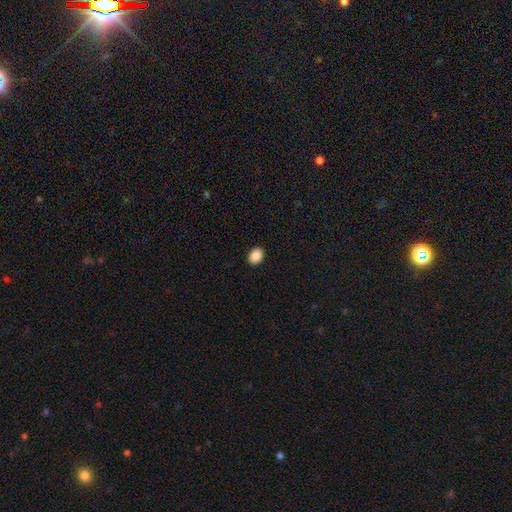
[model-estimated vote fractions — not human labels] Q: Smooth or featured?
A: smooth (89%); runner-up: star or artifact (8%)
Q: How rounded?
A: in between (63%); runner-up: round (36%)
Q: Merging?
A: none (92%); runner-up: minor disturbance (6%)